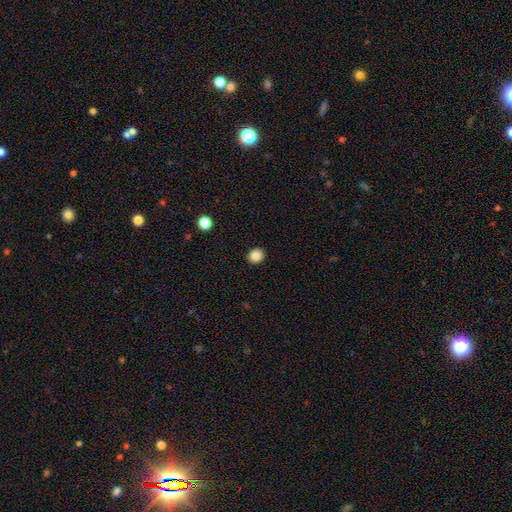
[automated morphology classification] This appears to be a smooth galaxy with no disk features (87%) that is round (78%). Merging: none (91%).